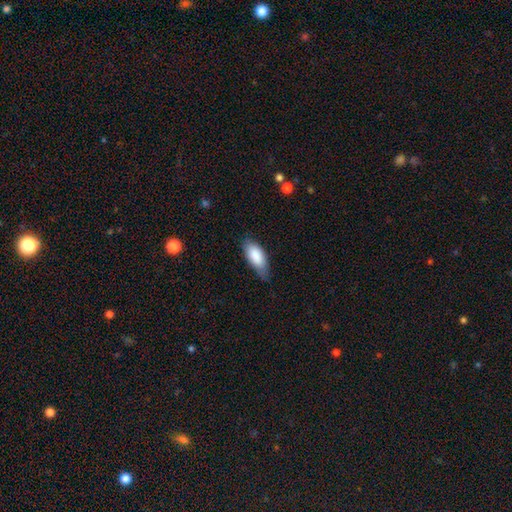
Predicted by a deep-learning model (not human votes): Q: Smooth or featured?
A: smooth (85%); runner-up: featured or disk (9%)
Q: How rounded?
A: in between (85%); runner-up: cigar-shaped (13%)
Q: Merging?
A: none (61%); runner-up: minor disturbance (32%)